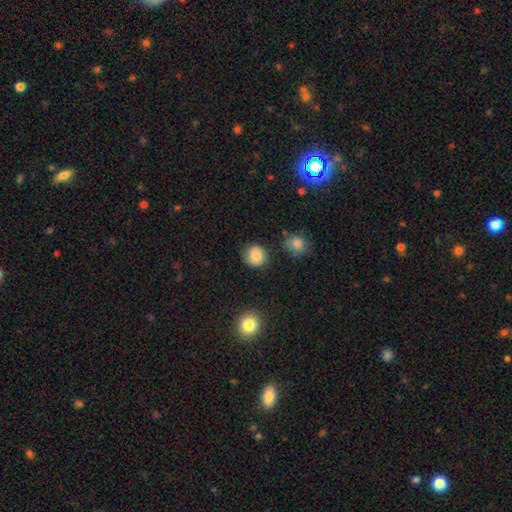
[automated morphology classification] The model was most divided on "merging": none: 77%, minor disturbance: 15%, major disturbance: 4%, merger: 3%. More confident: how rounded — round (86%); smooth or featured — smooth (79%).